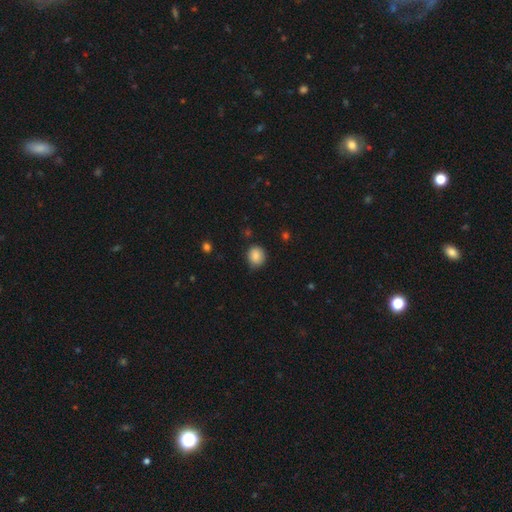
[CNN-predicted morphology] type=smooth (85%); roundness=round (78%); merging=none (79%).